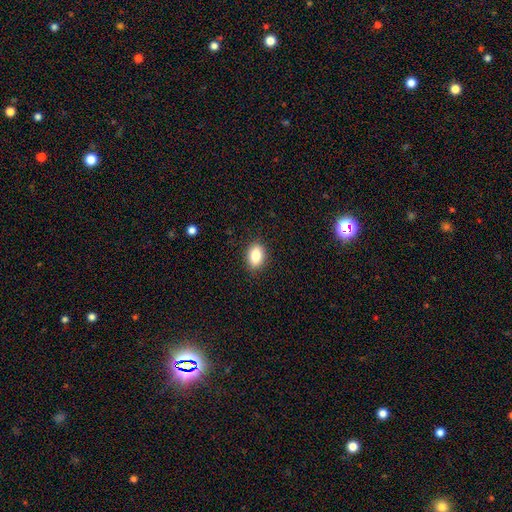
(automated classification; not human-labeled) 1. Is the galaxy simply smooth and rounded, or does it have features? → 85% smooth, 8% star or artifact, 7% featured or disk.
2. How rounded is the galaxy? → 81% in between, 17% round, 1% cigar-shaped.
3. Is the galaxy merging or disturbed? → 89% none, 8% minor disturbance, 2% major disturbance, 1% merger.